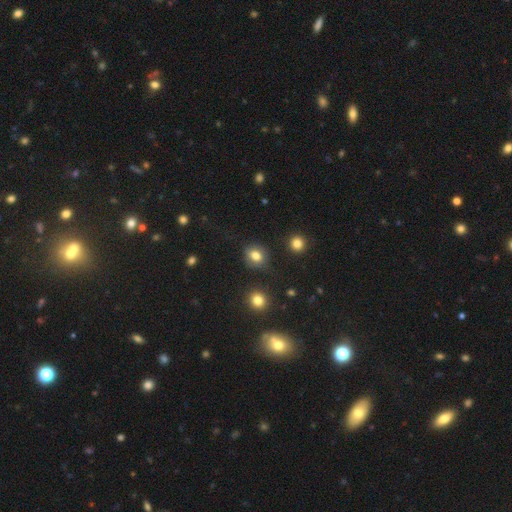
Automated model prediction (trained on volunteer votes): Smooth or featured: smooth — 79% (star or artifact — 12%)
How rounded: round — 69% (in between — 29%)
Merging: none — 81% (minor disturbance — 12%)